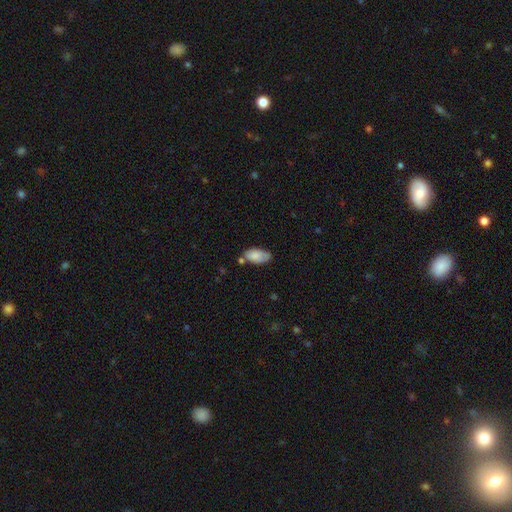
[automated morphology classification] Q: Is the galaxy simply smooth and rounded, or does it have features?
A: smooth — 83%.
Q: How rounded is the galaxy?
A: in between — 93%.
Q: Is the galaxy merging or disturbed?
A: none — 58%.